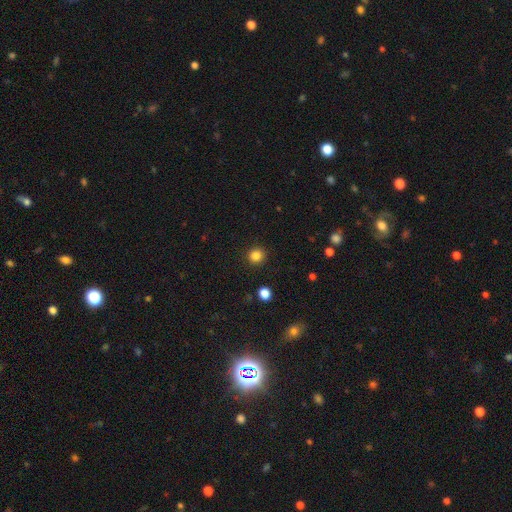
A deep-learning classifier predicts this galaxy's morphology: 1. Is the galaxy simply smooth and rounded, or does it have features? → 85% smooth, 12% star or artifact, 3% featured or disk.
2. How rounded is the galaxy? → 91% round, 8% in between, 1% cigar-shaped.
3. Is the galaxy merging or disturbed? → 92% none, 5% minor disturbance, 2% major disturbance, 1% merger.